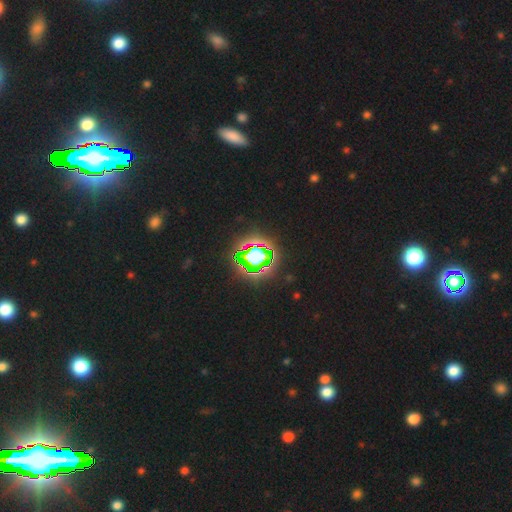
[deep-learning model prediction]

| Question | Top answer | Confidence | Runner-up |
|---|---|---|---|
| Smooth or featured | star or artifact | 68% | smooth (16%) |